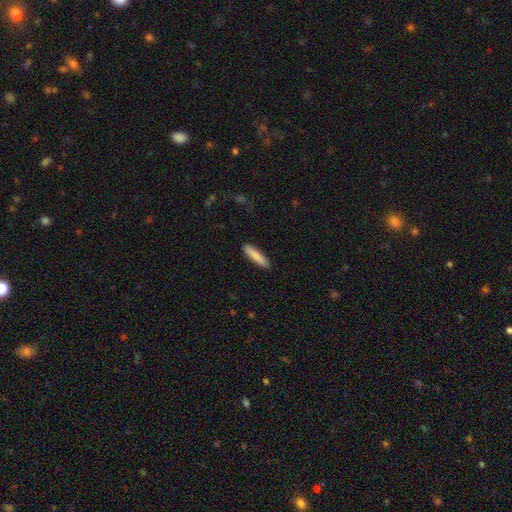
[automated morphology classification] smooth-or-featured: smooth: 85% | featured or disk: 9% | star or artifact: 6%
  how-rounded: cigar-shaped: 83% | in between: 16% | round: 1%
  merging: none: 90% | minor disturbance: 7% | major disturbance: 2% | merger: 1%